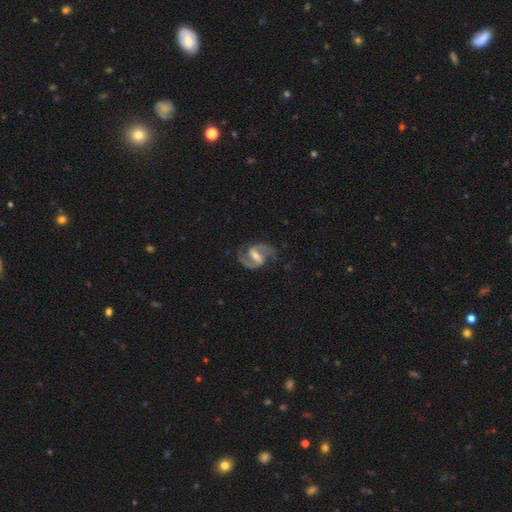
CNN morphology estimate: This is clearly a featured or disk galaxy (91%). It is clearly not viewed edge-on (98%). Bar: possibly strong (50%). Spiral arm pattern: clearly yes (97%). Spiral arm count: clearly 2 (94%). Spiral winding: likely medium (62%). Central bulge: possibly moderate (45%). Merging: likely none (79%).